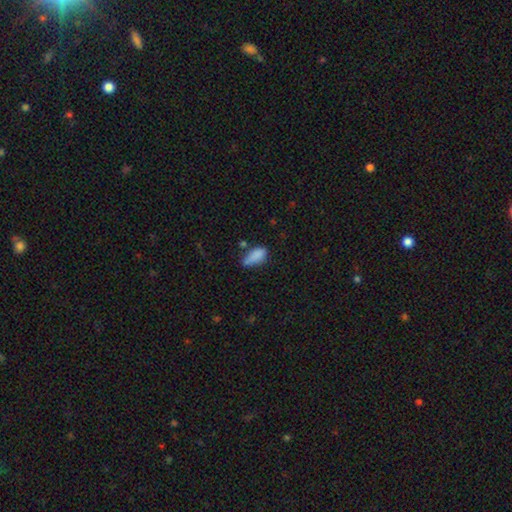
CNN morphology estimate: Smooth or featured? Predicted: smooth (p=0.83). How rounded? Predicted: in between (p=0.83). Merging? Predicted: none (p=0.47).